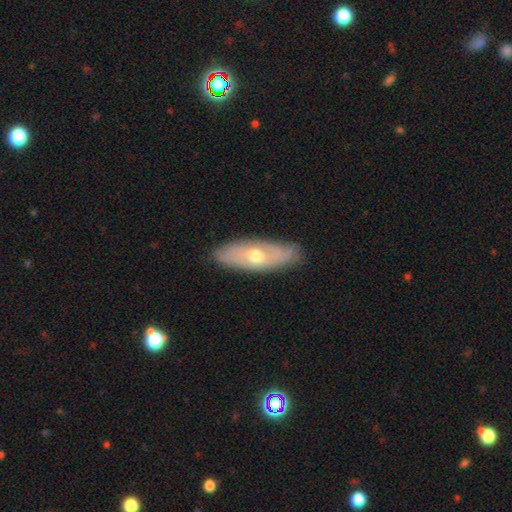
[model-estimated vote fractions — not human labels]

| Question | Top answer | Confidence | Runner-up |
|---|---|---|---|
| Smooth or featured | featured or disk | 54% | smooth (39%) |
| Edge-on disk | no | 67% | yes (33%) |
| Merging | none | 85% | minor disturbance (12%) |